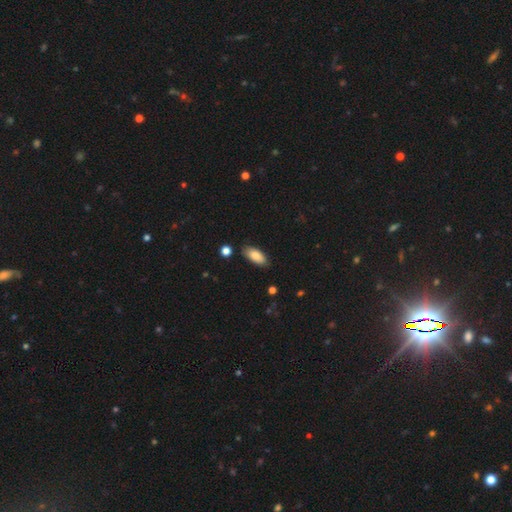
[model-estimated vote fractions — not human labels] This is clearly a smooth galaxy (86%). How rounded: clearly in between (88%). Merging: clearly none (83%).